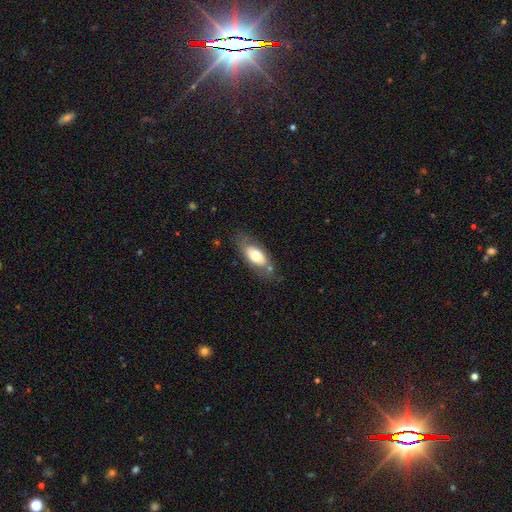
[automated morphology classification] Smooth or featured? smooth (60%)
How rounded? in between (87%)
Merging? none (66%)